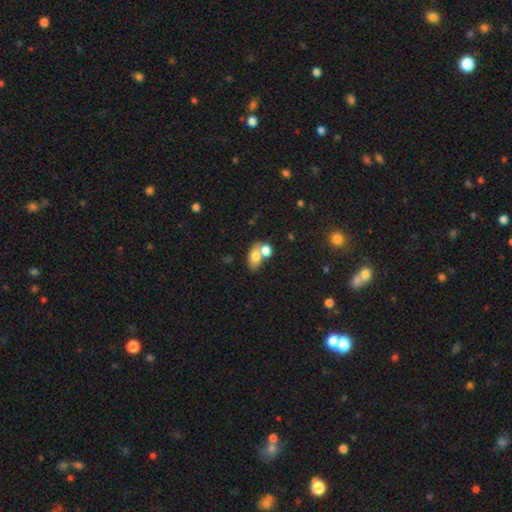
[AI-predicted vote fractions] Smooth or featured: smooth — 74% (featured or disk — 16%)
How rounded: in between — 78% (round — 20%)
Merging: merger — 56% (none — 30%)